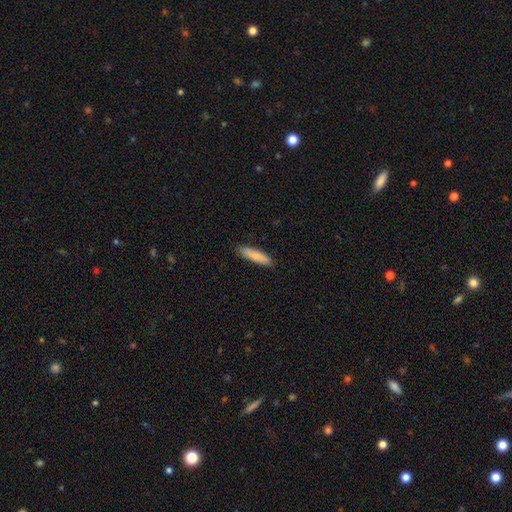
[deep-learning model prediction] This is clearly a smooth galaxy (85%). How rounded: likely cigar-shaped (76%). Merging: clearly none (89%).